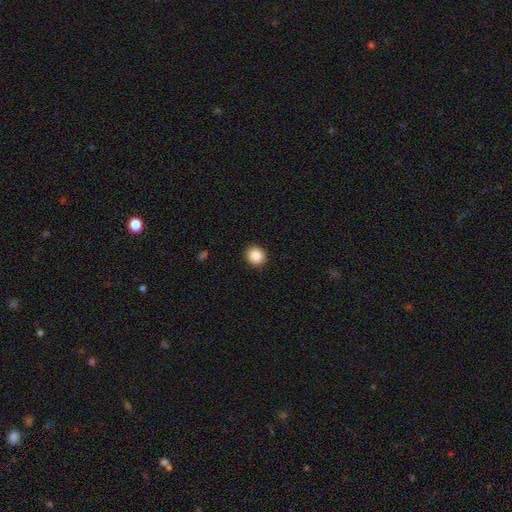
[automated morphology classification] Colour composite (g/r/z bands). It shows a smooth galaxy with no disk features (87%) that is round (86%). Merging: none (91%).